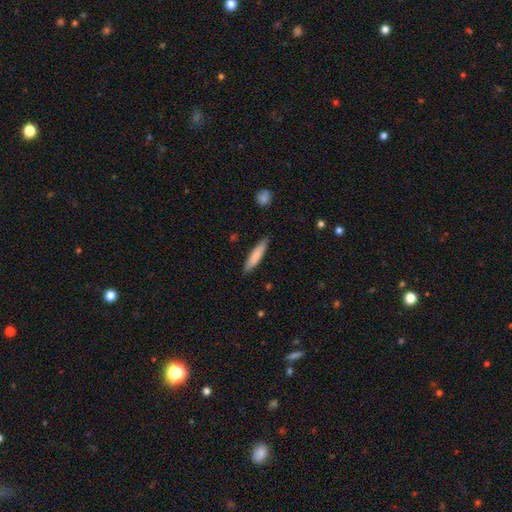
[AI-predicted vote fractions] Overall: smooth (81%). How rounded: cigar-shaped (84%). Merging: none (87%).